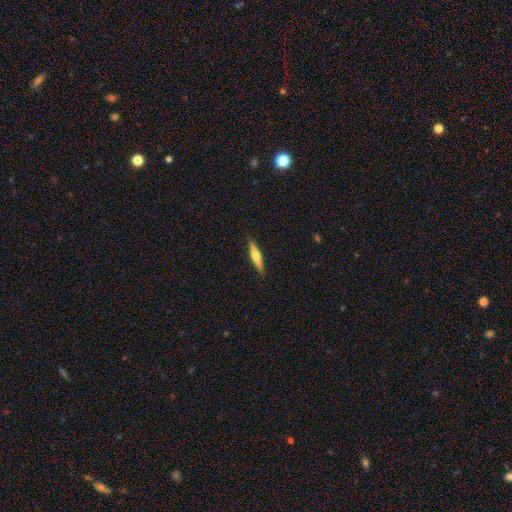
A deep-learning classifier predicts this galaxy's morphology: A smooth galaxy with no disk features (52%) that is cigar-shaped (86%).

Vote fractions:
- Smooth or featured? smooth: 52% / featured or disk: 42% / star or artifact: 6%
- How rounded? cigar-shaped: 86% / in between: 12% / round: 2%
- Merging? none: 90% / minor disturbance: 7% / major disturbance: 2% / merger: 1%